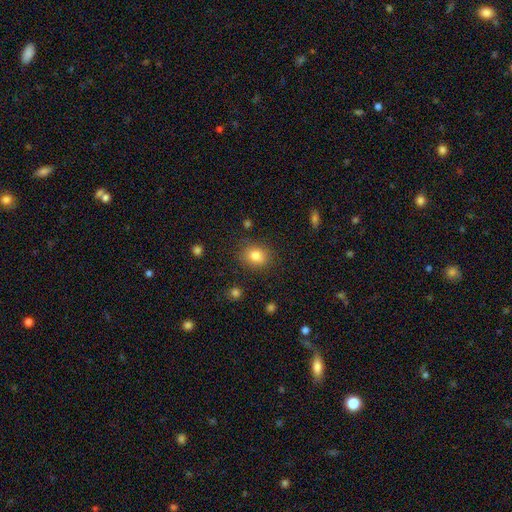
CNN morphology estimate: smooth 82%, star or artifact 11%, featured or disk 7%. Down the decision tree: how rounded — round (56%); merging — none (84%).